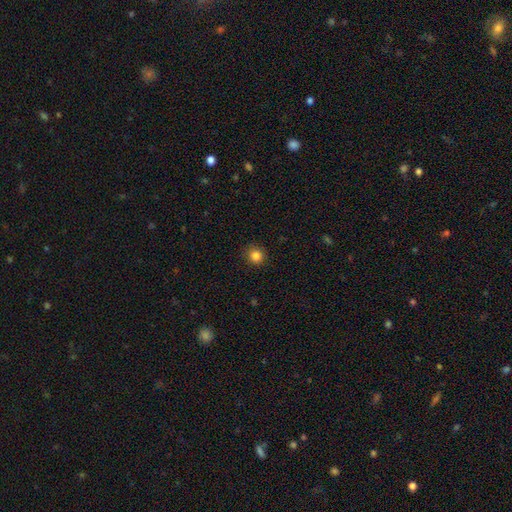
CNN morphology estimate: A smooth galaxy with no disk features (84%) that is round (90%). Merging: none (88%).